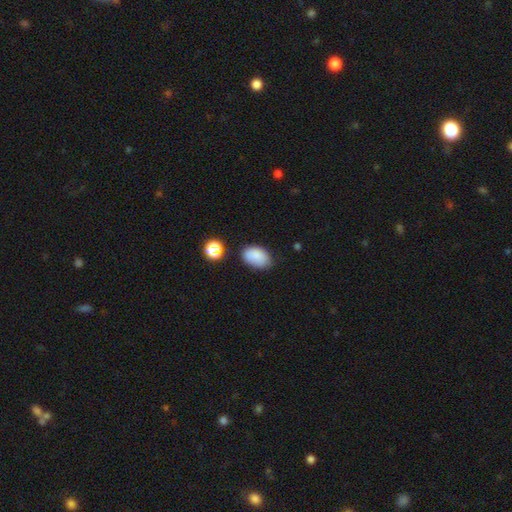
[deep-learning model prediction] smooth 83%, star or artifact 10%, featured or disk 7%. Down the decision tree: how rounded — in between (86%); merging — none (69%).